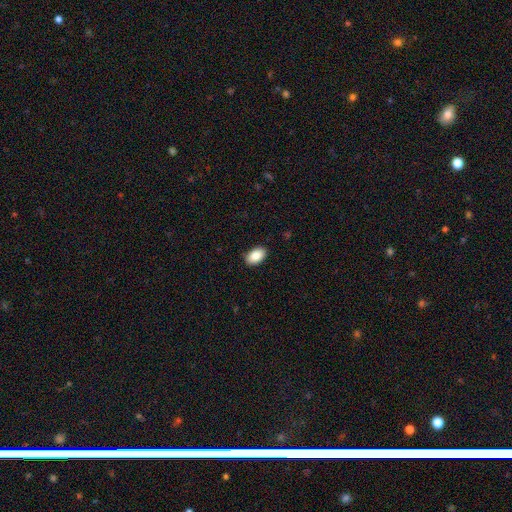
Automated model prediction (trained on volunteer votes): smooth_or_featured: smooth (p=0.88) [alt: star or artifact p=0.07]
how_rounded: in between (p=0.92) [alt: round p=0.07]
merging: none (p=0.89) [alt: minor disturbance p=0.08]